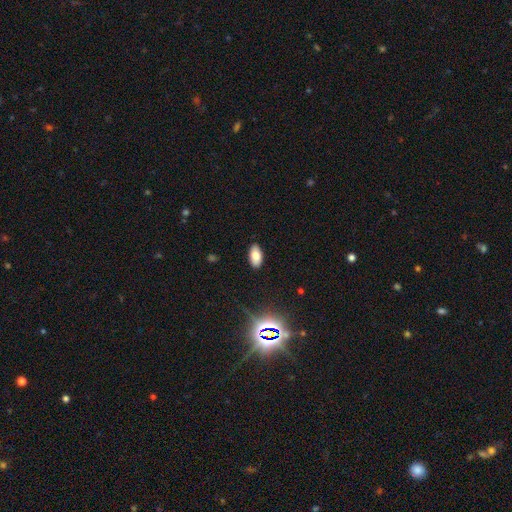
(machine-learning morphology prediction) smooth-or-featured: smooth: 77% | featured or disk: 12% | star or artifact: 11%
  how-rounded: in between: 93% | cigar-shaped: 4% | round: 3%
  merging: none: 89% | minor disturbance: 8% | major disturbance: 2% | merger: 1%